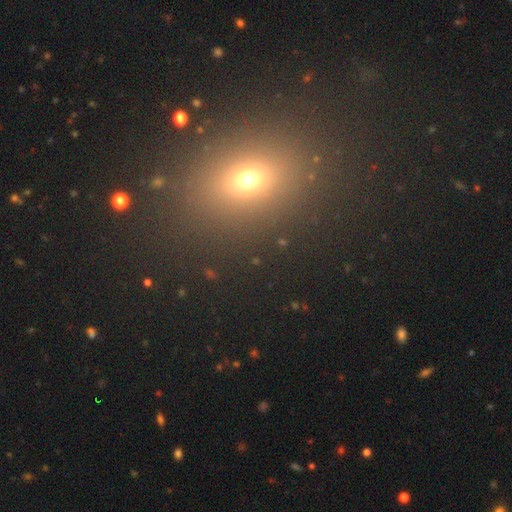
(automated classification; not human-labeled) A smooth galaxy with no disk features (57%) that is in between round and cigar-shaped (58%).

Vote fractions:
- Smooth or featured? smooth: 57% / star or artifact: 32% / featured or disk: 11%
- How rounded? in between: 58% / round: 39% / cigar-shaped: 4%
- Merging? none: 88% / minor disturbance: 7% / major disturbance: 4% / merger: 2%